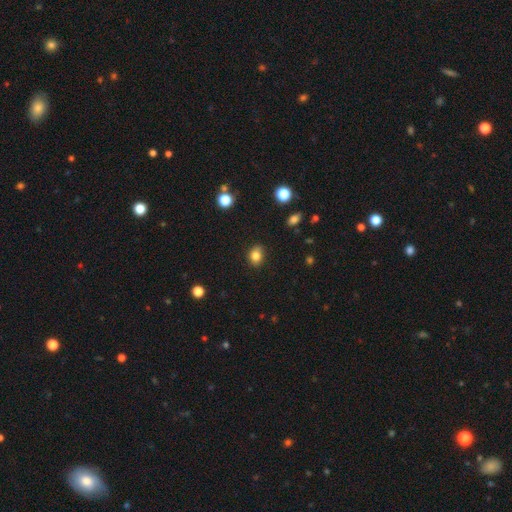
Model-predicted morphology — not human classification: A smooth galaxy with no disk features (83%) that is in between round and cigar-shaped (54%). Merging: none (85%).